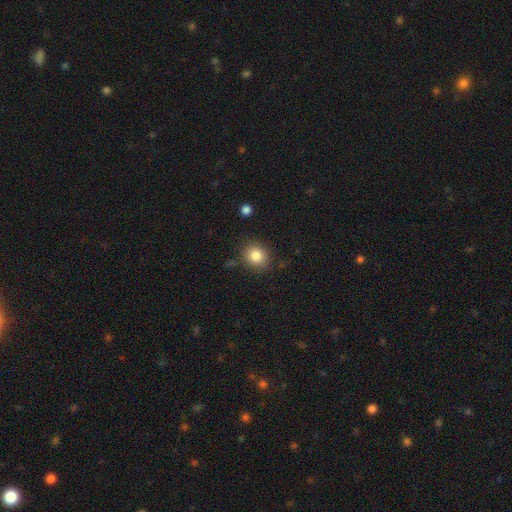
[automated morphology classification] Smooth or featured?
  - smooth: 83% *
  - star or artifact: 10%
  - featured or disk: 6%
How rounded?
  - round: 80% *
  - in between: 19%
  - cigar-shaped: 1%
Merging?
  - none: 85% *
  - minor disturbance: 10%
  - major disturbance: 3%
  - merger: 2%